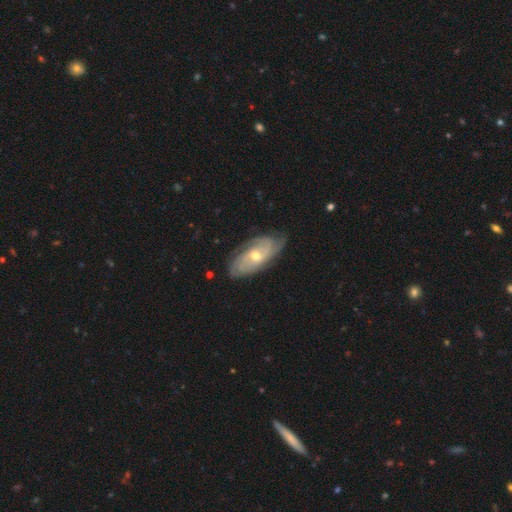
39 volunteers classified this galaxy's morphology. A featured or disk galaxy (90%) with no bar (64%), 4 (43%) tight (60%) spiral arms (91%) and a moderate central bulge (76%).

Vote fractions:
- Smooth or featured? featured or disk: 90% / smooth: 8% / star or artifact: 3%
- Edge-on disk? no: 94% / yes: 6%
- Bar? no: 64% / weak: 27% / strong: 9%
- Spiral arms? yes: 91% / no: 9%
- Spiral winding? tight: 60% / medium: 40% / loose: 0%
- Spiral arm count? 4: 43% / 3: 23% / can't tell: 17% / 2: 10% / more than 4: 7% / 1: 0%
- Bulge size? moderate: 76% / small: 21% / dominant: 3% / large: 0% / none: 0%
- Merging? none: 71% / minor disturbance: 21% / major disturbance: 8% / merger: 0%